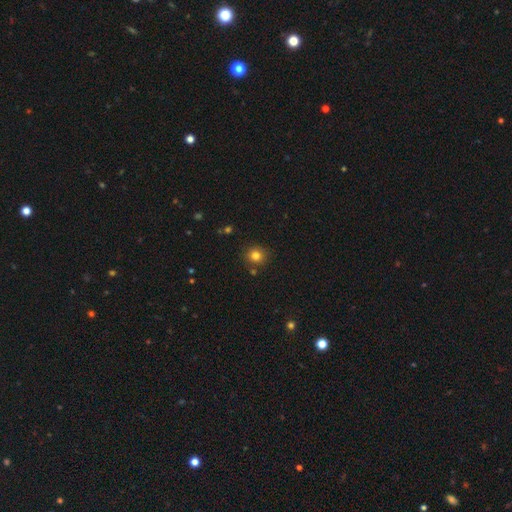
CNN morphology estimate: A smooth galaxy with no disk features (81%) that is round (88%).

Vote fractions:
- Smooth or featured? smooth: 81% / star or artifact: 13% / featured or disk: 6%
- How rounded? round: 88% / in between: 11% / cigar-shaped: 1%
- Merging? none: 85% / minor disturbance: 8% / merger: 4% / major disturbance: 2%